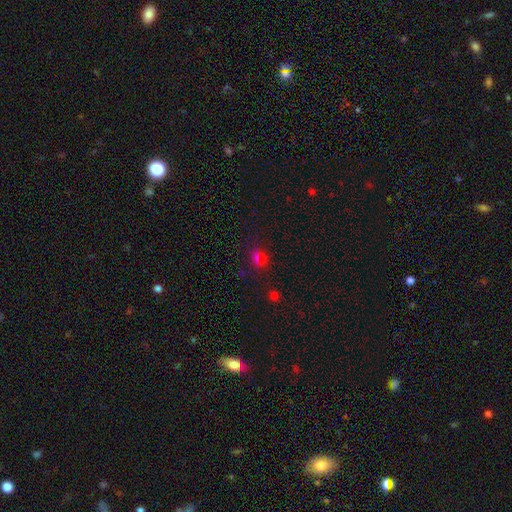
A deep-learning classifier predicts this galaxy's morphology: Overall: smooth (53%; star or artifact 39%). How rounded: round (67%; in between 30%). Merging: none (82%).